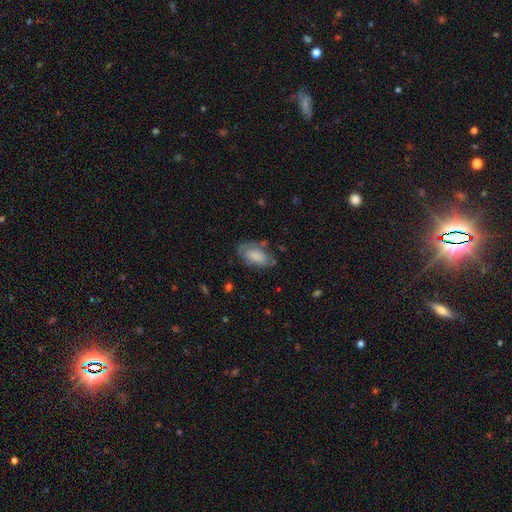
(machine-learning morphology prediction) smooth 72%, featured or disk 21%, star or artifact 7%. Down the decision tree: how rounded — in between (93%); merging — none (63%).